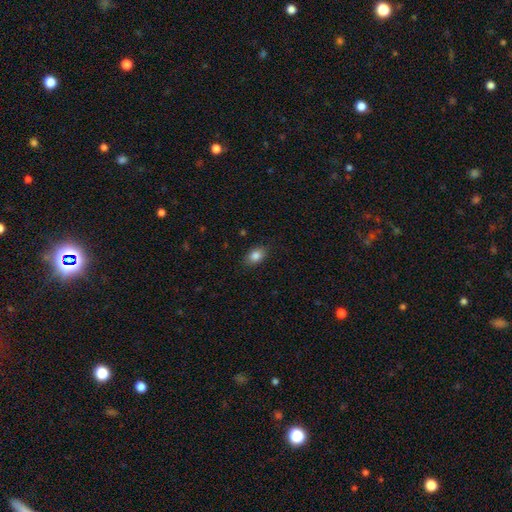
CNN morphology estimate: smooth 85%, star or artifact 8%, featured or disk 7%. Down the decision tree: how rounded — in between (85%); merging — none (85%).